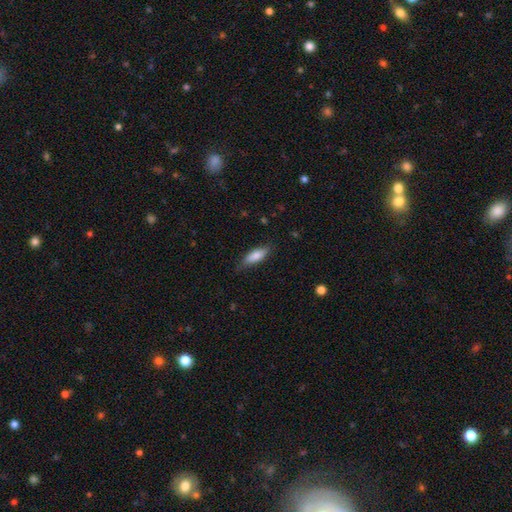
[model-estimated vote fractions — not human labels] smooth 81%, featured or disk 13%, star or artifact 6%. Down the decision tree: how rounded — in between (58%); merging — none (75%).